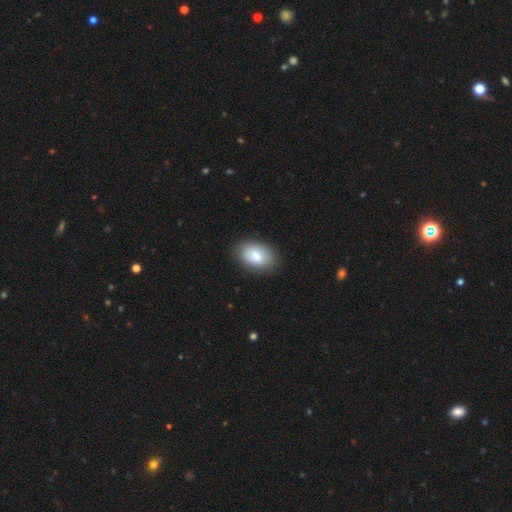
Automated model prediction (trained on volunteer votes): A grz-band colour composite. It shows a smooth galaxy with no disk features (81%) that is in between round and cigar-shaped (85%). Merging: none (87%).